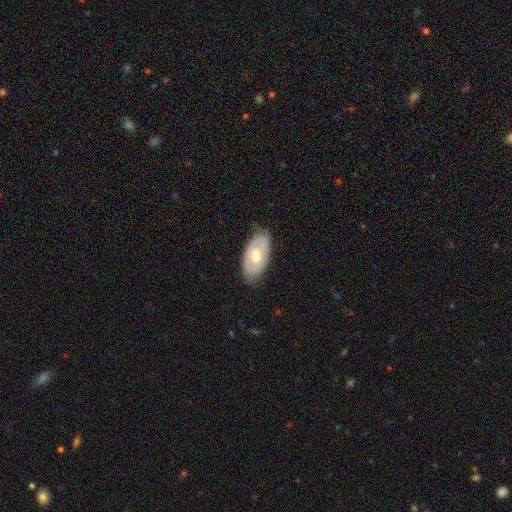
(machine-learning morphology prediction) type=featured or disk (52%); edge-on=no (87%); merging=none (78%).